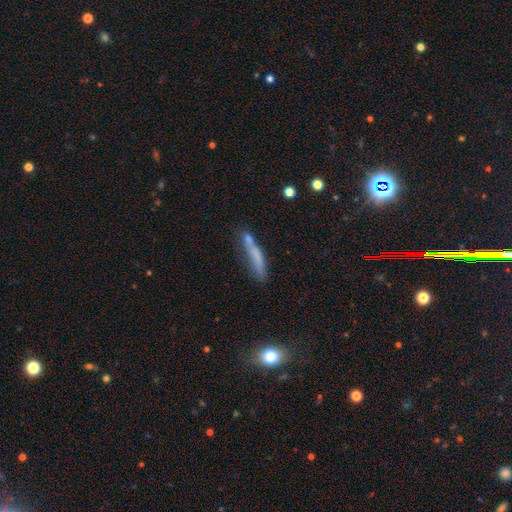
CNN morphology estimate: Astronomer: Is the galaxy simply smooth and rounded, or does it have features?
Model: smooth — 63%.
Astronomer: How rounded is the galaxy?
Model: cigar-shaped — 88%.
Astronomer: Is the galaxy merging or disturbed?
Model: none — 52%.